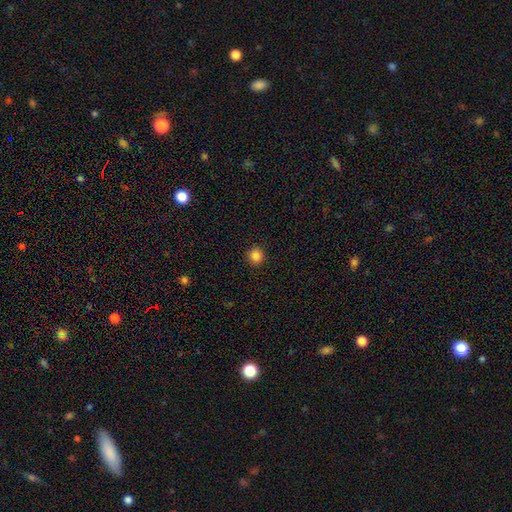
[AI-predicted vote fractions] This appears to be a smooth galaxy with no disk features (85%) that is round (89%). Merging: none (91%).